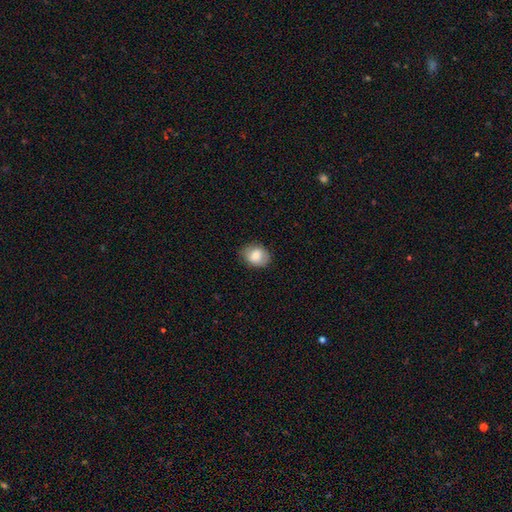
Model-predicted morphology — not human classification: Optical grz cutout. It shows a smooth galaxy with no disk features (81%) that is in between round and cigar-shaped (58%). Merging: none (77%).